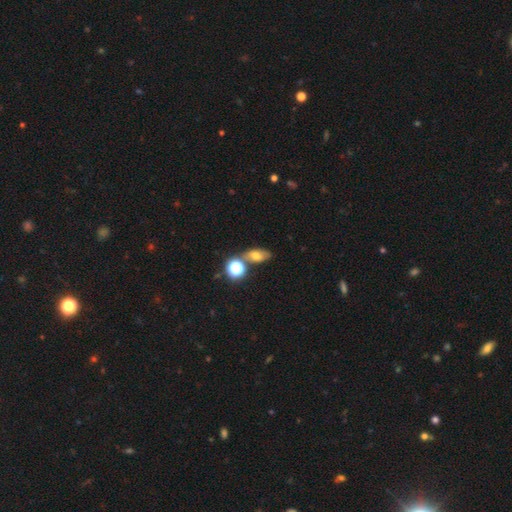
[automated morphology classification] type=smooth (59%); roundness=in between (74%); merging=none (64%).